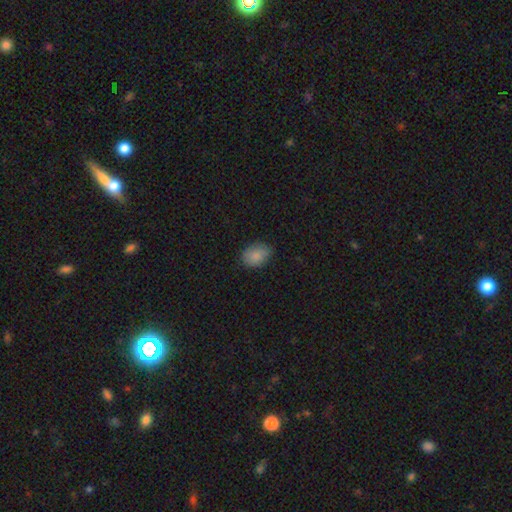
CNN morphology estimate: type=smooth (85%); roundness=in between (75%); merging=none (75%).